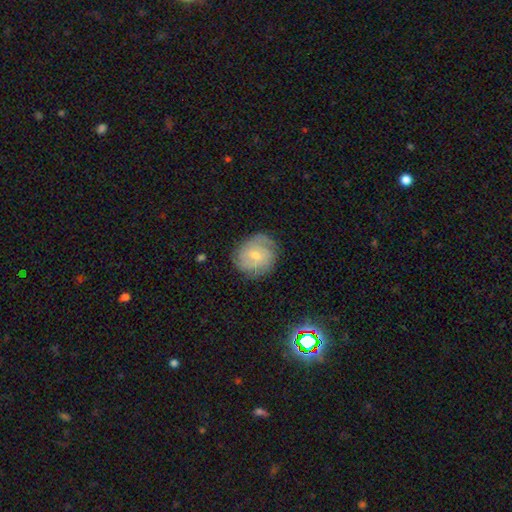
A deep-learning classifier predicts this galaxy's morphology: smooth_or_featured: featured or disk (p=0.64) [alt: smooth p=0.29]
disk_edge_on: no (p=0.97) [alt: yes p=0.03]
bar: no (p=0.59) [alt: weak p=0.35]
has_spiral_arms: yes (p=0.88) [alt: no p=0.12]
spiral_winding: tight (p=0.61) [alt: medium p=0.29]
spiral_arm_count: can't tell (p=0.38) [alt: 2 p=0.29]
bulge_size: small (p=0.51) [alt: moderate p=0.45]
merging: none (p=0.76) [alt: minor disturbance p=0.17]